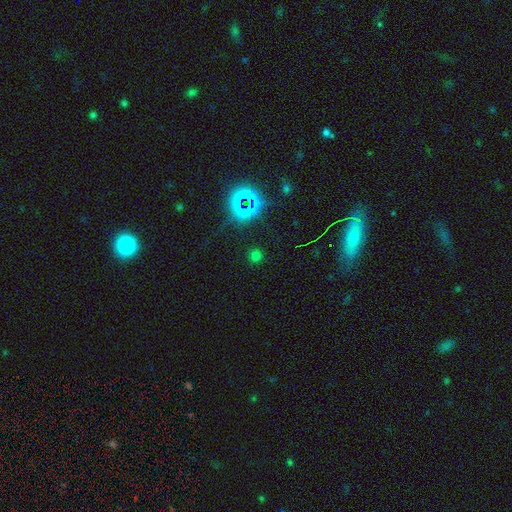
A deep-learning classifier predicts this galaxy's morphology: Smooth or featured? Predicted: smooth (p=0.57). How rounded? Predicted: round (p=0.91). Merging? Predicted: none (p=0.87).